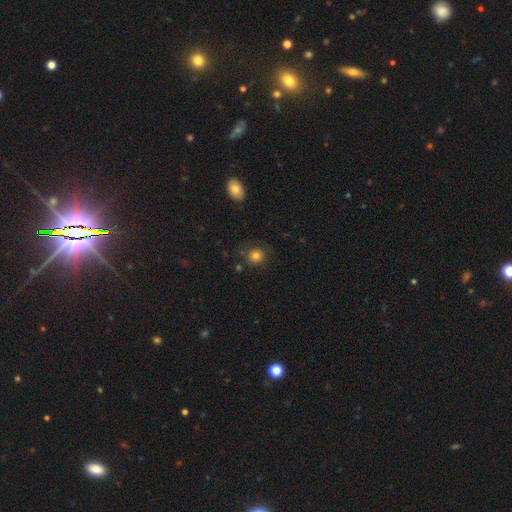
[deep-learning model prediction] Smooth or featured? Predicted: smooth (p=0.79). How rounded? Predicted: round (p=0.85). Merging? Predicted: none (p=0.79).